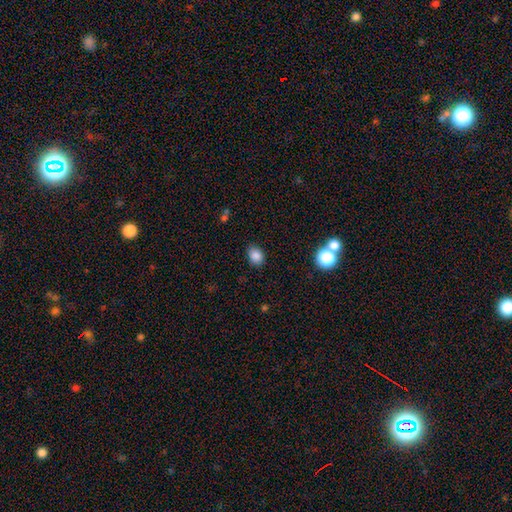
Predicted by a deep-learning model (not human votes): Overall: smooth (85%). How rounded: in between (58%; round 41%). Merging: none (83%).